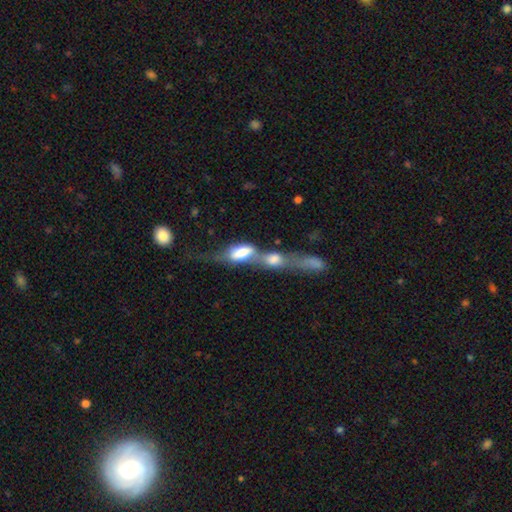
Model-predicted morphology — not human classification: The model was most divided on "merging": merger: 46%, none: 32%, major disturbance: 11%, minor disturbance: 11%. More confident: edge-on disk — yes (62%); smooth or featured — featured or disk (52%).